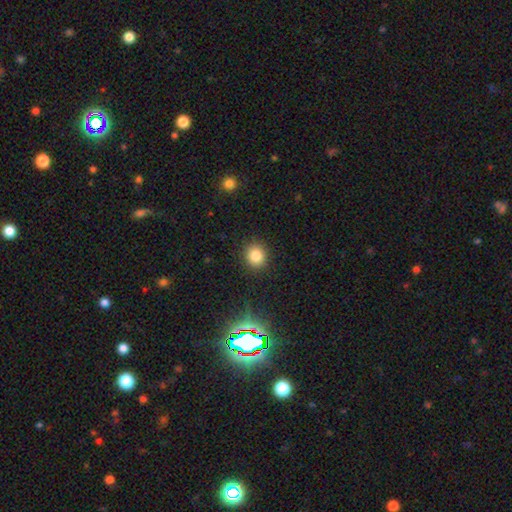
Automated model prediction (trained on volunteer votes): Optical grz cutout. It shows a smooth galaxy with no disk features (82%) that is round (84%). Merging: none (90%).